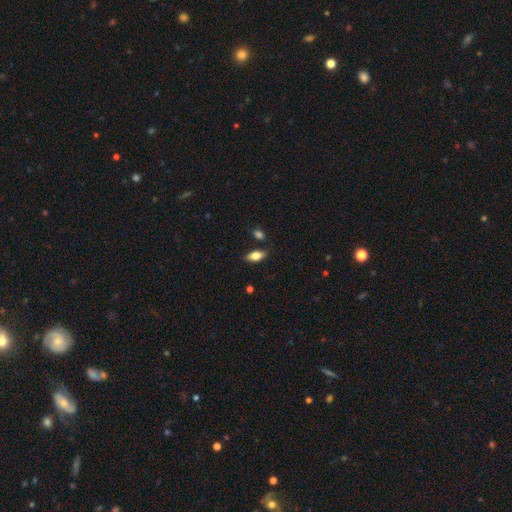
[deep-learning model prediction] This appears to be a smooth galaxy with no disk features (74%) that is in between round and cigar-shaped (86%). Merging: none (81%).